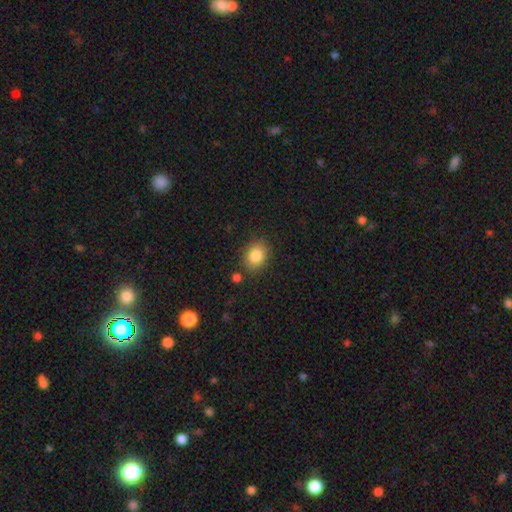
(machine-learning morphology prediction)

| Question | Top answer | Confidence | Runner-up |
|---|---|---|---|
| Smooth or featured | smooth | 85% | star or artifact (9%) |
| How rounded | in between | 56% | round (43%) |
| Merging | none | 82% | minor disturbance (11%) |